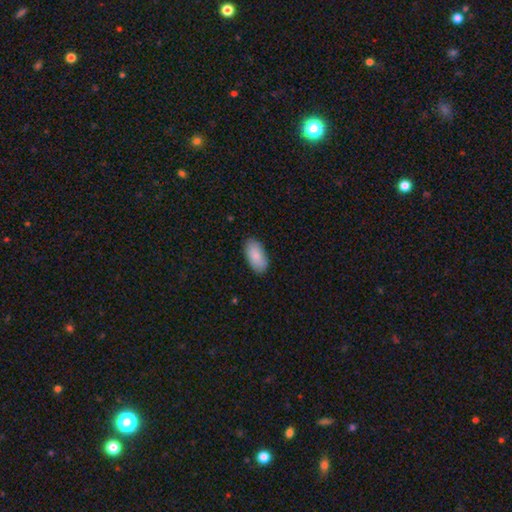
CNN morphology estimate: smooth 86%, featured or disk 8%, star or artifact 6%. Down the decision tree: how rounded — in between (95%); merging — none (85%).